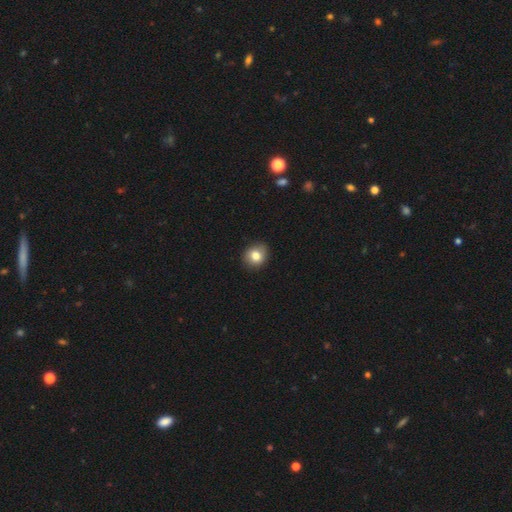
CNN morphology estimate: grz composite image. It shows a smooth galaxy with no disk features (81%) that is round (73%). Merging: none (88%).